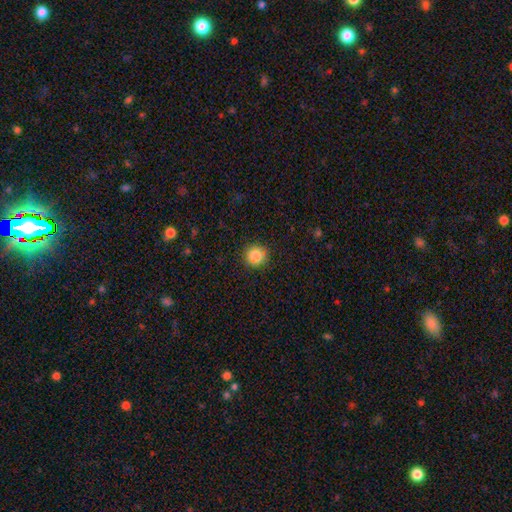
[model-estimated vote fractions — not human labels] smooth 85%, star or artifact 10%, featured or disk 5%. Down the decision tree: how rounded — round (91%); merging — none (90%).